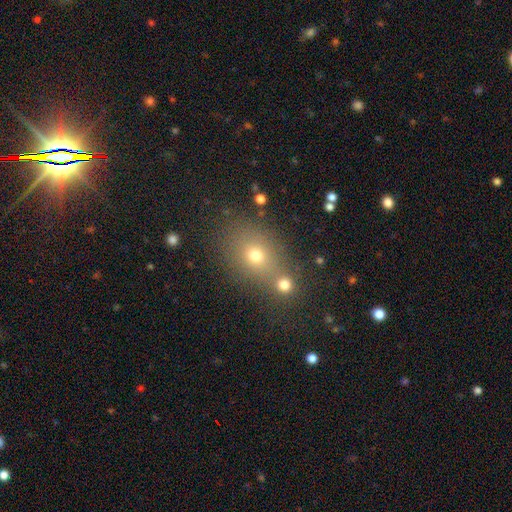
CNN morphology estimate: smooth_or_featured: smooth (p=0.66) [alt: star or artifact p=0.20]
how_rounded: round (p=0.51) [alt: in between p=0.47]
merging: none (p=0.53) [alt: merger p=0.31]